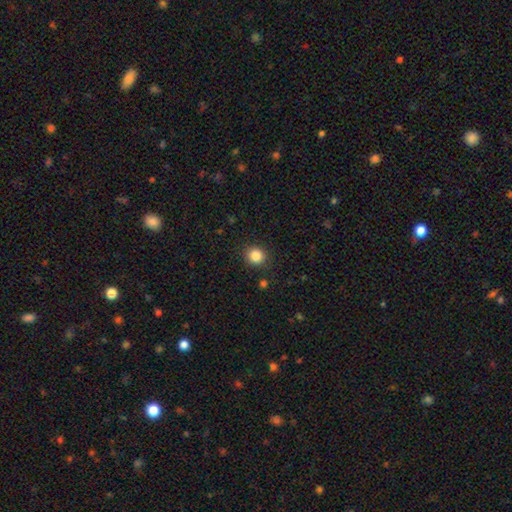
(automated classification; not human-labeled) This appears to be a smooth galaxy with no disk features (85%) that is round (89%). Merging: none (90%).